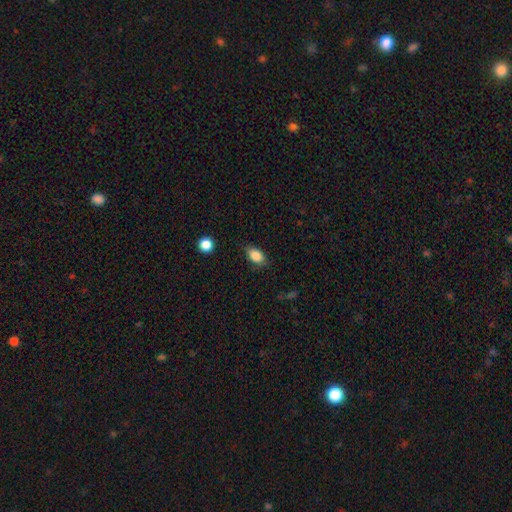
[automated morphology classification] Q: Smooth or featured?
A: smooth (85%); runner-up: star or artifact (8%)
Q: How rounded?
A: in between (85%); runner-up: round (12%)
Q: Merging?
A: none (77%); runner-up: minor disturbance (17%)